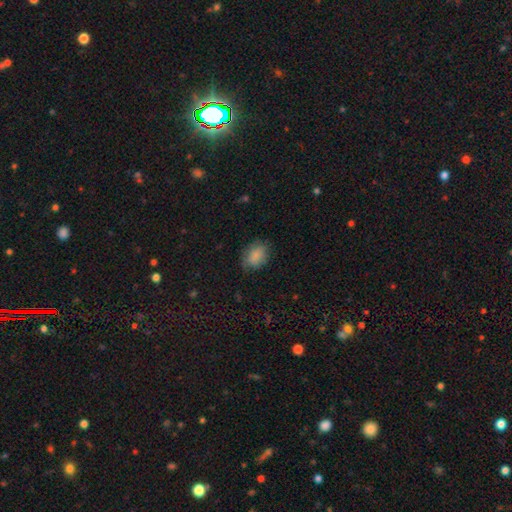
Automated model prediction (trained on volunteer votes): smooth_or_featured: smooth (p=0.85) [alt: star or artifact p=0.07]
how_rounded: in between (p=0.73) [alt: round p=0.26]
merging: none (p=0.71) [alt: minor disturbance p=0.23]